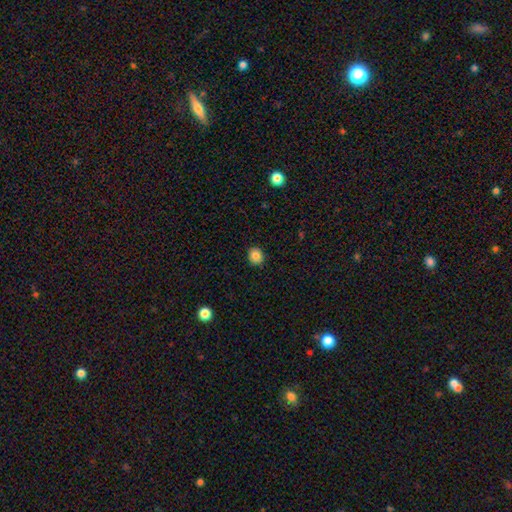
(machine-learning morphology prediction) Overall: smooth (84%). How rounded: round (81%). Merging: none (90%).